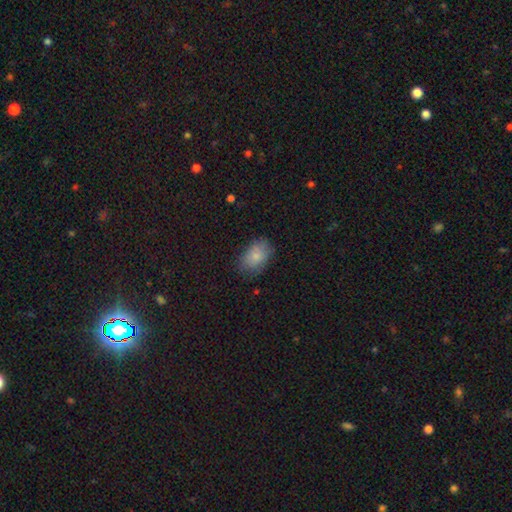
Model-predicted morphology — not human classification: This appears to be a smooth galaxy with no disk features (82%) that is in between round and cigar-shaped (86%). Merging: none (72%).